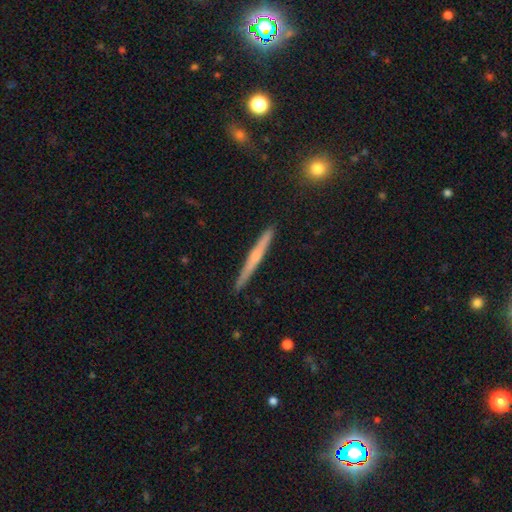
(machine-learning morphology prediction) Smooth or featured: featured or disk — 59% (smooth — 35%)
Edge-on disk: yes — 98% (no — 2%)
Edge-on bulge: rounded — 56% (none — 37%)
Merging: none — 91% (minor disturbance — 6%)